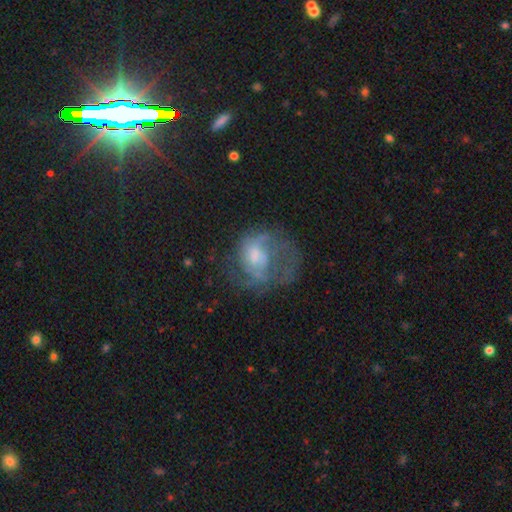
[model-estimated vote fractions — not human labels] A featured or disk galaxy (59%) with no bar (69%), spiral arms (56%) and a moderate central bulge (41%).

Vote fractions:
- Smooth or featured? featured or disk: 59% / smooth: 31% / star or artifact: 10%
- Edge-on disk? no: 97% / yes: 3%
- Bar? no: 69% / weak: 27% / strong: 5%
- Spiral arms? yes: 56% / no: 44%
- Bulge size? moderate: 41% / small: 27% / none: 16% / large: 14% / dominant: 2%
- Merging? major disturbance: 43% / none: 35% / minor disturbance: 19% / merger: 3%